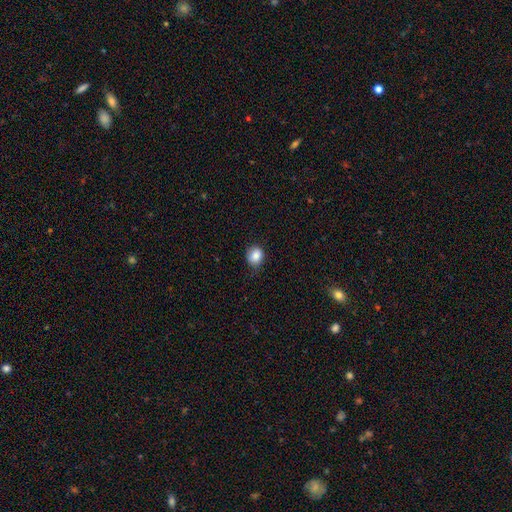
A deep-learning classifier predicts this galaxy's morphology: Smooth or featured? Predicted: smooth (p=0.85). How rounded? Predicted: round (p=0.70). Merging? Predicted: none (p=0.75).